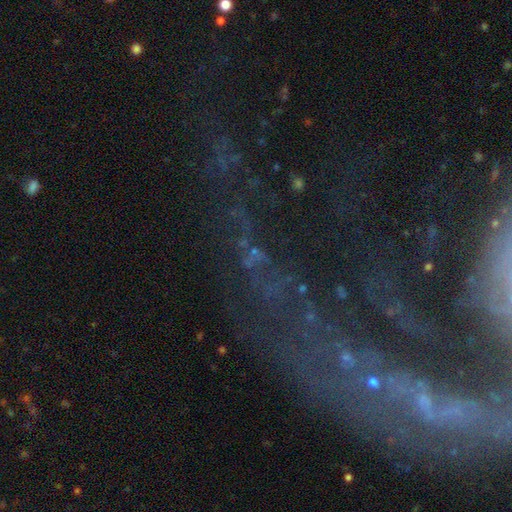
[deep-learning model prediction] A star or artifact, not a galaxy (54%).

Vote fractions:
- Smooth or featured? star or artifact: 54% / featured or disk: 29% / smooth: 17%